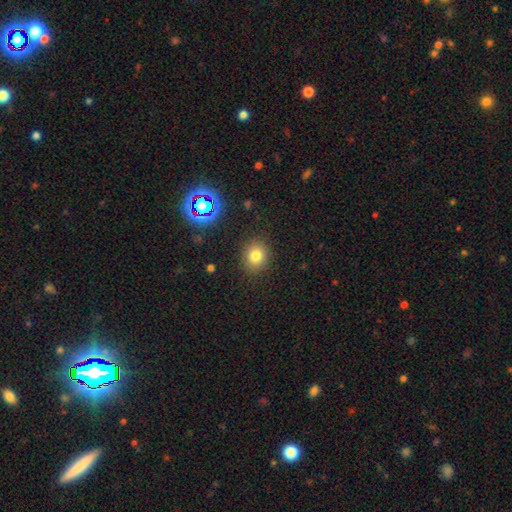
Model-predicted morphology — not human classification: Overall: smooth (77%). How rounded: round (72%). Merging: none (87%).